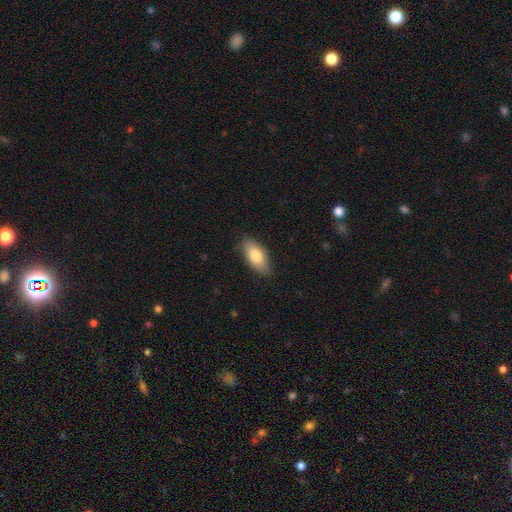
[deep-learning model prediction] Smooth or featured?
  - smooth: 78% *
  - featured or disk: 16%
  - star or artifact: 6%
How rounded?
  - in between: 89% *
  - cigar-shaped: 8%
  - round: 3%
Merging?
  - none: 82% *
  - minor disturbance: 15%
  - major disturbance: 3%
  - merger: 1%